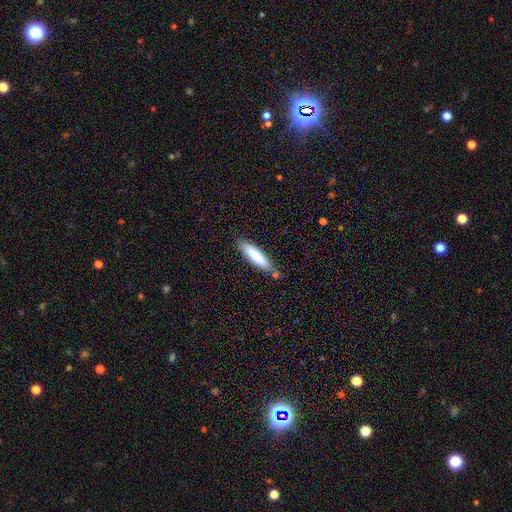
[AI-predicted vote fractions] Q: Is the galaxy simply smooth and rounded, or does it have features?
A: smooth — 79%.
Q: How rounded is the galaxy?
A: cigar-shaped — 74%.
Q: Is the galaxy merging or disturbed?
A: none — 80%.